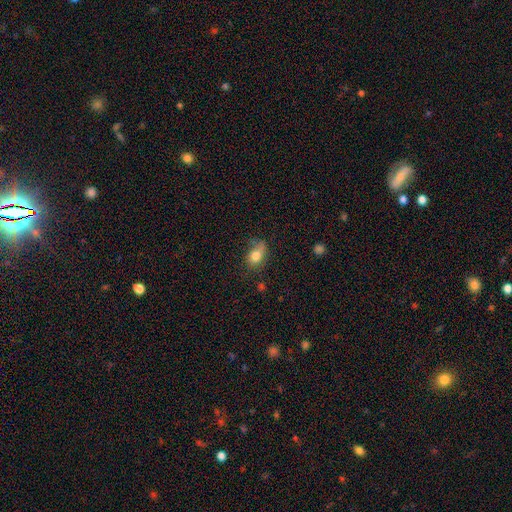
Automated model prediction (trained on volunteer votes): Smooth or featured? smooth (75%)
How rounded? in between (76%)
Merging? none (46%)